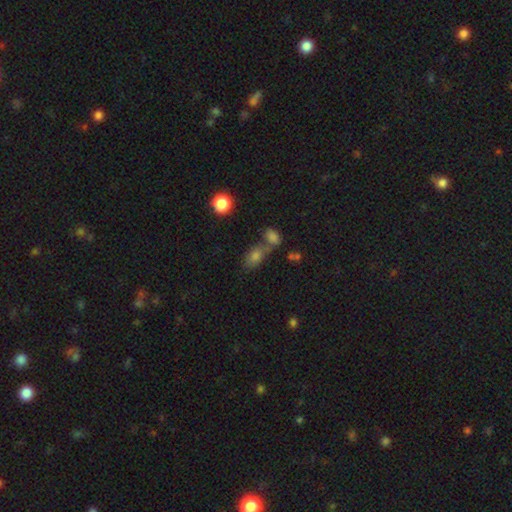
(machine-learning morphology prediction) Smooth or featured?
  - smooth: 74% *
  - star or artifact: 15%
  - featured or disk: 11%
How rounded?
  - in between: 83% *
  - round: 13%
  - cigar-shaped: 4%
Merging?
  - none: 48% *
  - merger: 34%
  - minor disturbance: 13%
  - major disturbance: 5%